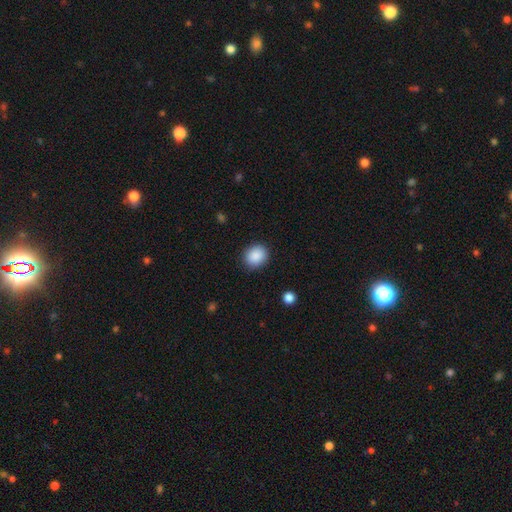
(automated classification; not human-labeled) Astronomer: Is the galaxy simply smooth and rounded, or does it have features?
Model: smooth — 89%.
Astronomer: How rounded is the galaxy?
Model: round — 67%.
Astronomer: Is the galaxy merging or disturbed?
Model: none — 88%.